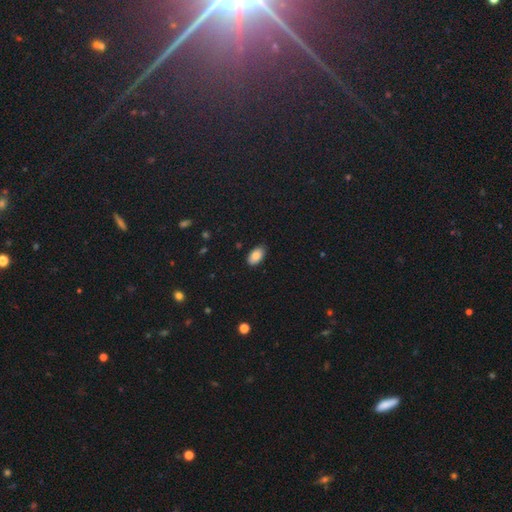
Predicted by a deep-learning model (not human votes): The model was most divided on "merging": none: 84%, minor disturbance: 13%, major disturbance: 2%, merger: 1%. More confident: how rounded — in between (93%); smooth or featured — smooth (82%).